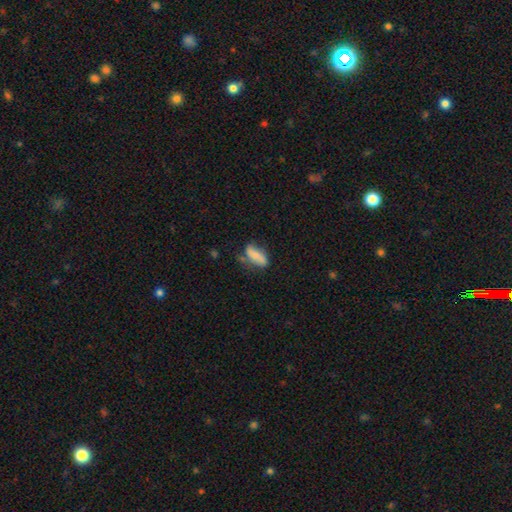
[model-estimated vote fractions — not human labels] Q: Smooth or featured?
A: smooth (67%); runner-up: featured or disk (26%)
Q: How rounded?
A: in between (77%); runner-up: cigar-shaped (19%)
Q: Merging?
A: none (52%); runner-up: minor disturbance (29%)